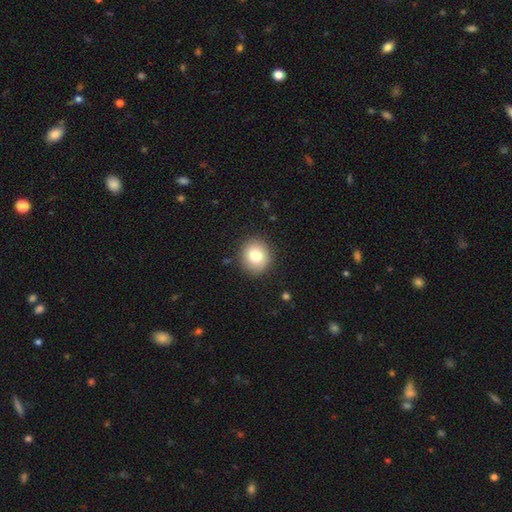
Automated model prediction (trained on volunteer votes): smooth_or_featured: smooth (p=0.80) [alt: featured or disk p=0.11]
how_rounded: round (p=0.85) [alt: in between p=0.14]
merging: none (p=0.89) [alt: minor disturbance p=0.07]